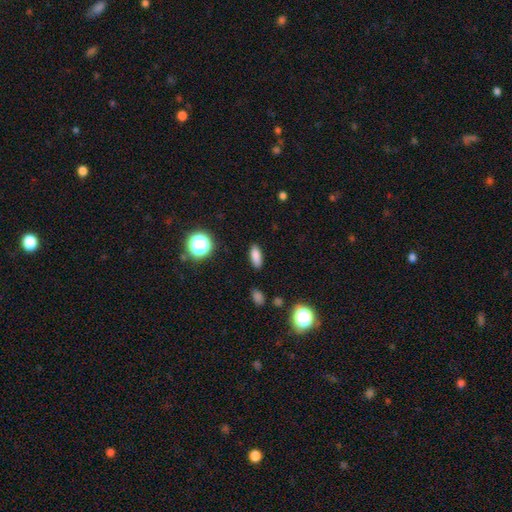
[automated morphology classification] This is clearly a smooth galaxy (82%). How rounded: likely in between (72%). Merging: clearly none (88%).